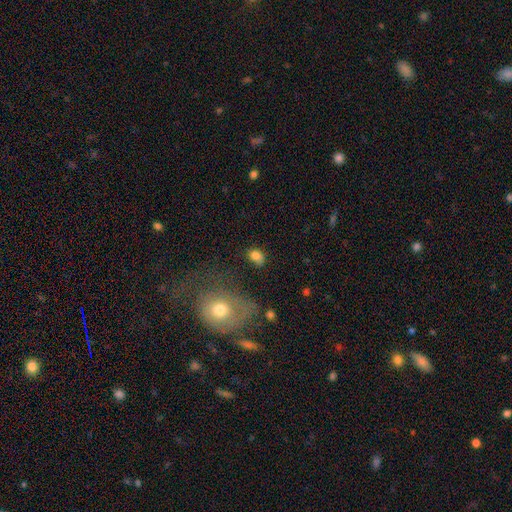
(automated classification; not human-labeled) A smooth galaxy with no disk features (78%) that is in between round and cigar-shaped (61%). Merging: none (55%).